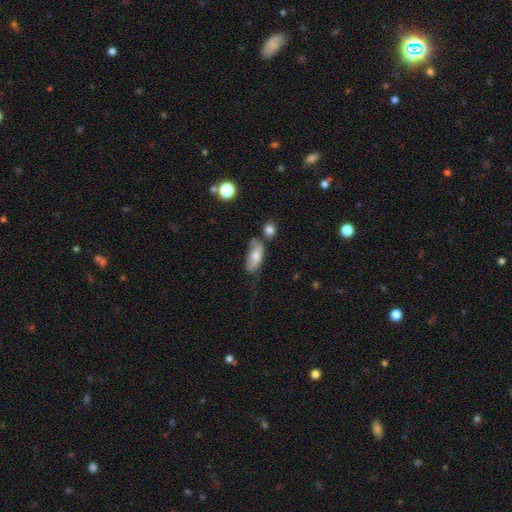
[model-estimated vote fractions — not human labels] Smooth or featured? Predicted: smooth (p=0.66). How rounded? Predicted: in between (p=0.84). Merging? Predicted: none (p=0.38).